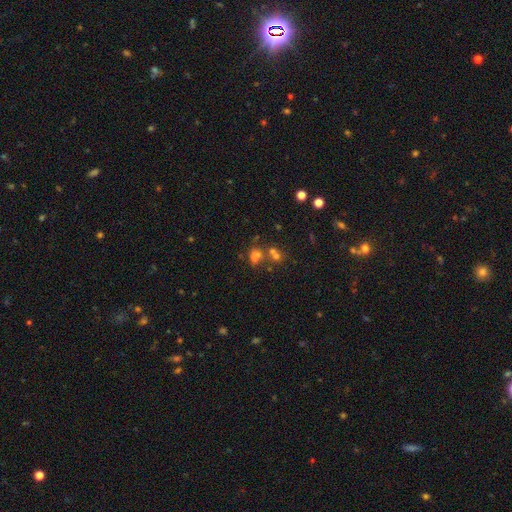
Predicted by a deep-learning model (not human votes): Smooth or featured: smooth — 42% (star or artifact — 37%)
Merging: merger — 42% (none — 41%)